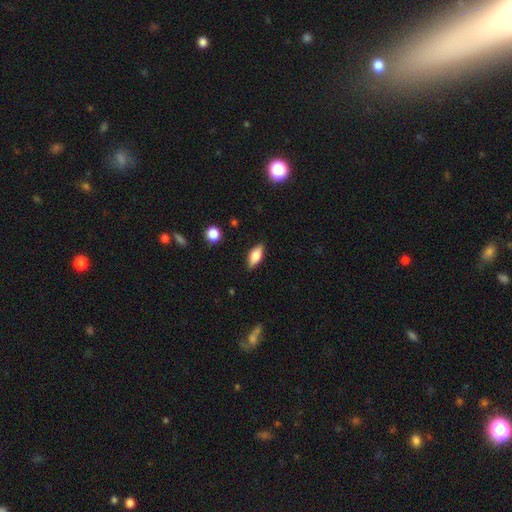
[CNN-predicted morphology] The model was most divided on "smooth or featured": smooth: 68%, featured or disk: 24%, star or artifact: 7%. More confident: merging — none (86%); how rounded — in between (79%).